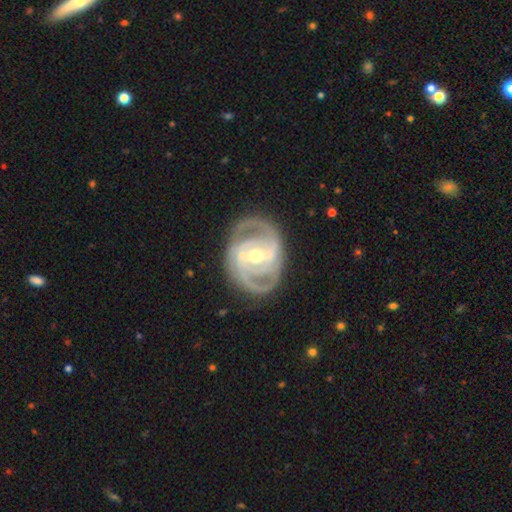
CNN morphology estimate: A featured or disk galaxy (91%) with a strong bar (54%), 2 (55%) tight (51%) spiral arms (96%) and a moderate central bulge (54%). Merging: none (78%).